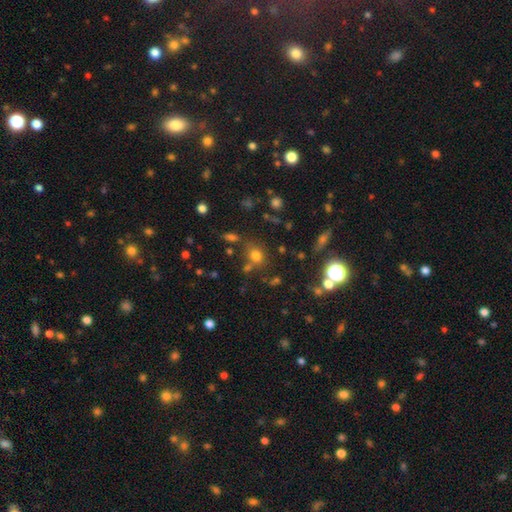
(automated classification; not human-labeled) Overall: smooth (71%). How rounded: round (64%; in between 35%). Merging: none (66%).